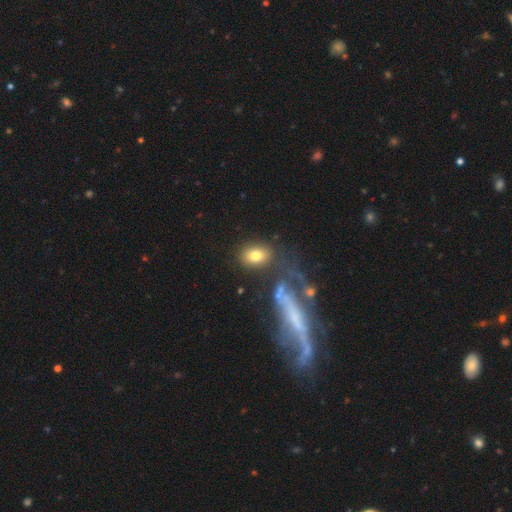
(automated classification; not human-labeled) smooth 77%, featured or disk 14%, star or artifact 9%. Down the decision tree: how rounded — in between (73%); merging — none (73%).